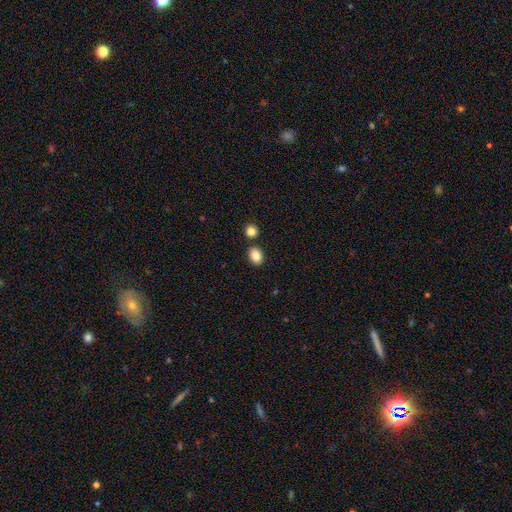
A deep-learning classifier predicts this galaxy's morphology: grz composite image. It shows a smooth galaxy with no disk features (86%) that is in between round and cigar-shaped (57%). Merging: none (82%).